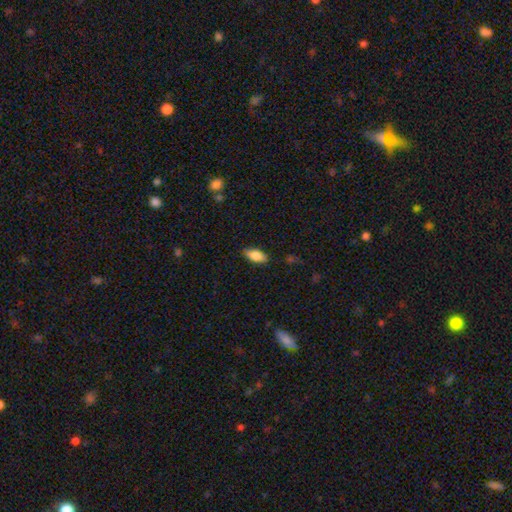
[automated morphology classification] Q: Smooth or featured?
A: smooth (80%); runner-up: featured or disk (13%)
Q: How rounded?
A: in between (86%); runner-up: cigar-shaped (11%)
Q: Merging?
A: none (86%); runner-up: minor disturbance (11%)